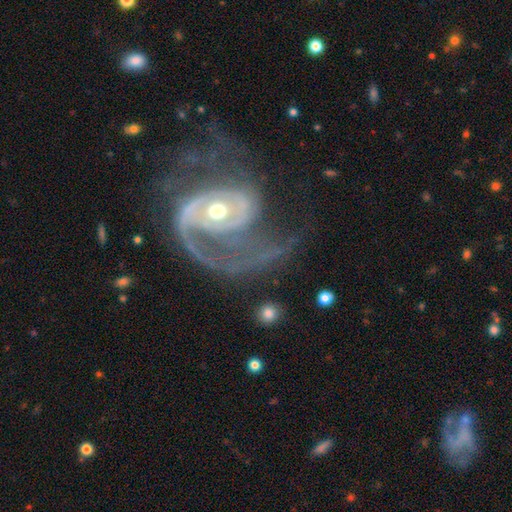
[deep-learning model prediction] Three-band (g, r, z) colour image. It shows a featured or disk galaxy (89%) with no bar (63%), 2 (52%) medium (46%) spiral arms (94%) and a moderate central bulge (70%). Merging: none (40%).